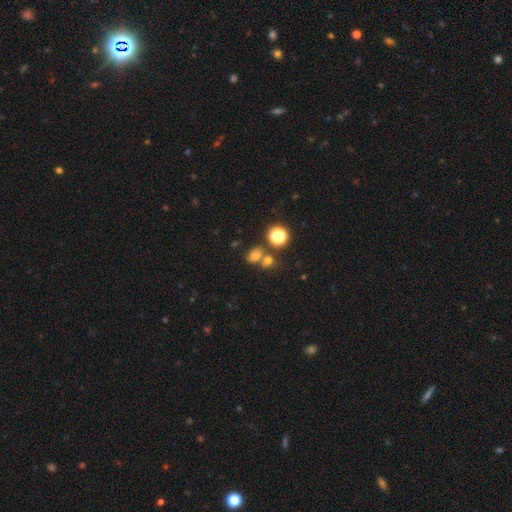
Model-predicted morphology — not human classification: A smooth galaxy with no disk features (69%) that is in between round and cigar-shaped (55%). Merging: none (52%).